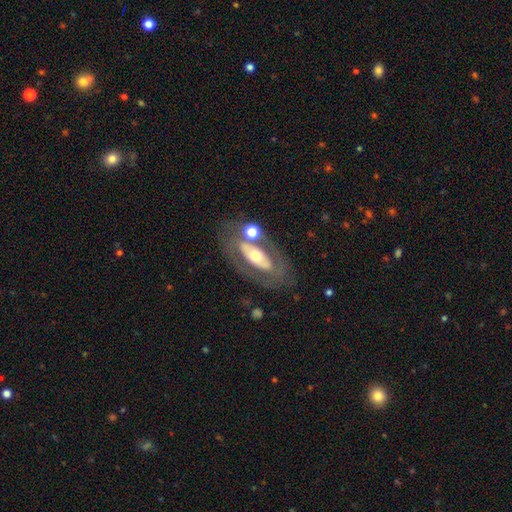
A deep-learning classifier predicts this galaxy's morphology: featured or disk 64%, smooth 30%, star or artifact 7%. Down the decision tree: edge-on disk — no (82%); bar — no (62%); spiral arms — no (77%); bulge size — moderate (64%); merging — none (66%).